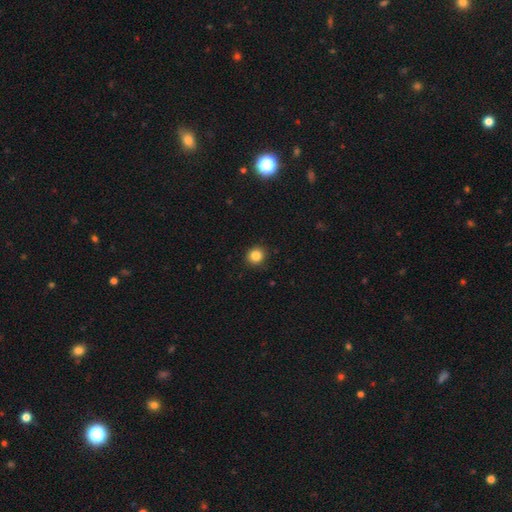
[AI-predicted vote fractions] Smooth or featured? Predicted: smooth (p=0.85). How rounded? Predicted: round (p=0.90). Merging? Predicted: none (p=0.91).